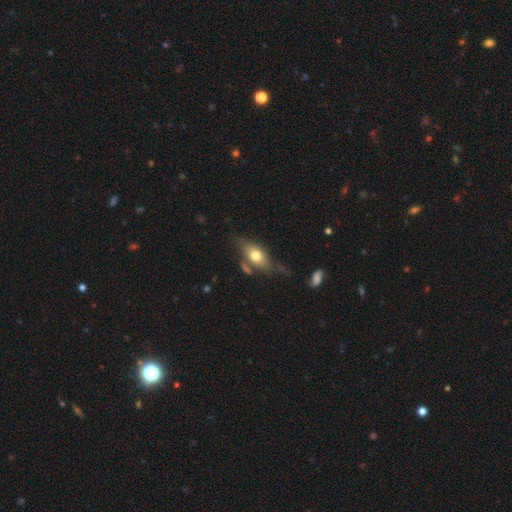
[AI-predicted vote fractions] The model was most divided on "merging": none: 57%, minor disturbance: 22%, merger: 12%, major disturbance: 9%. More confident: how rounded — in between (81%); smooth or featured — smooth (65%).